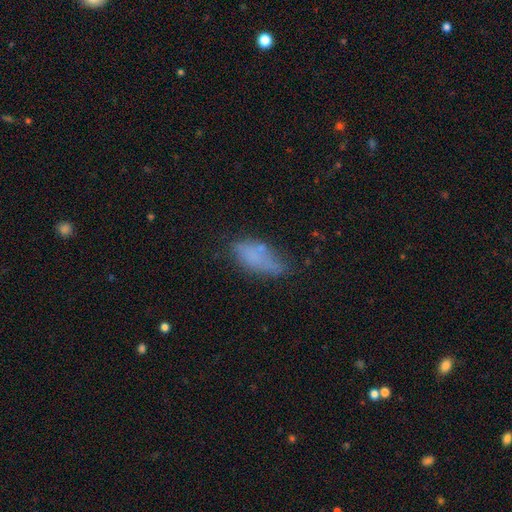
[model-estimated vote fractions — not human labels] Smooth or featured? Predicted: smooth (p=0.64). How rounded? Predicted: in between (p=0.80). Merging? Predicted: none (p=0.43).